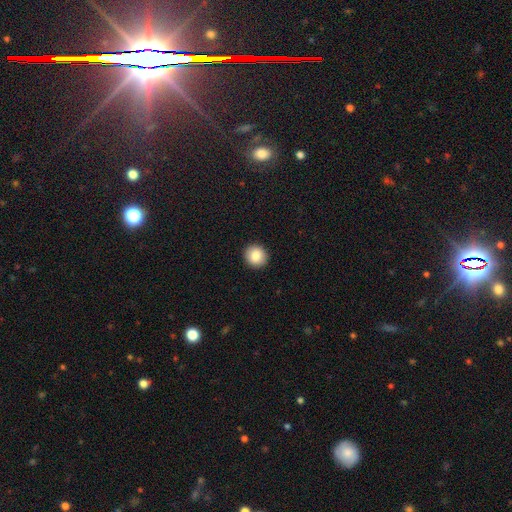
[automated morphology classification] Smooth or featured?
  - smooth: 85% *
  - star or artifact: 8%
  - featured or disk: 7%
How rounded?
  - round: 89% *
  - in between: 11%
  - cigar-shaped: 1%
Merging?
  - none: 93% *
  - minor disturbance: 5%
  - major disturbance: 2%
  - merger: 1%